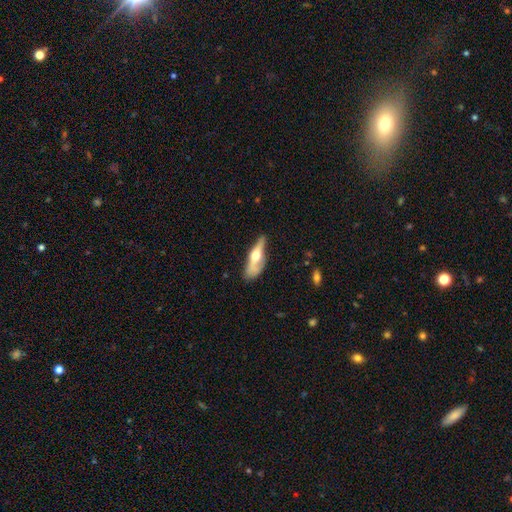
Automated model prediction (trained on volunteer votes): Morphology: type=featured or disk (51%); edge-on=yes (73%); merging=none (46%).